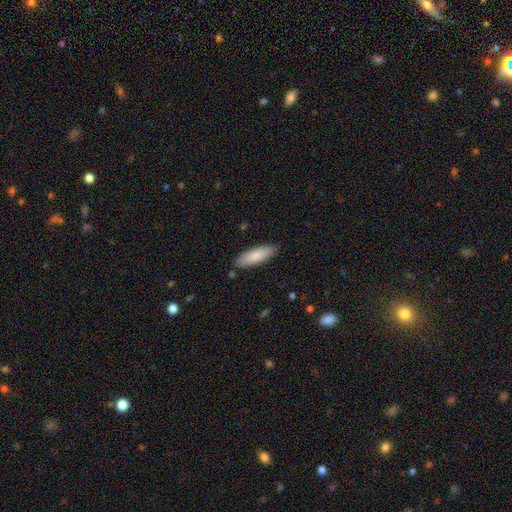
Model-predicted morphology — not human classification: This is clearly a smooth galaxy (84%). How rounded: possibly in between (51%). Merging: clearly none (85%).